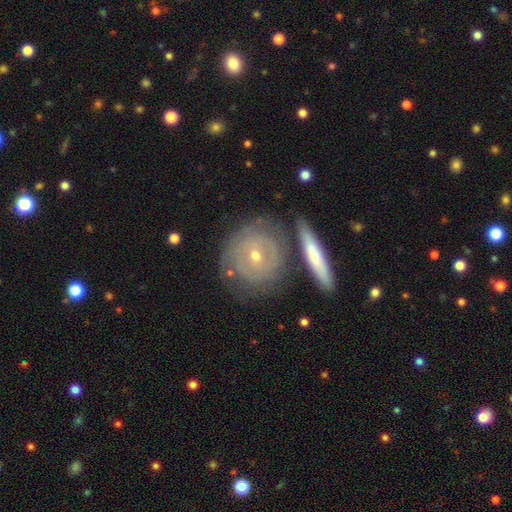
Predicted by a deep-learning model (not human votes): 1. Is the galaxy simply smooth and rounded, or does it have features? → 69% featured or disk, 24% smooth, 6% star or artifact.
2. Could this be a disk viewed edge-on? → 92% no, 8% yes.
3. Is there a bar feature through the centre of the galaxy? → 71% no, 23% weak, 7% strong.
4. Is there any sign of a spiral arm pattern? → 75% yes, 25% no.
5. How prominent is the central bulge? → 55% small, 42% moderate, 1% large, 1% none, 1% dominant.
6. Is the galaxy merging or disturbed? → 71% none, 16% minor disturbance, 8% merger, 6% major disturbance.